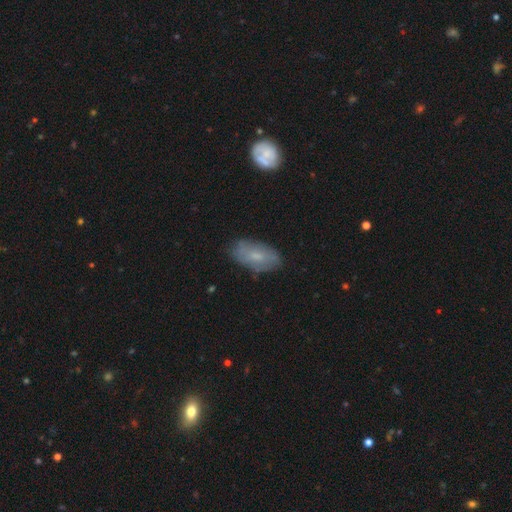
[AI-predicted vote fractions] smooth-or-featured: smooth: 60% | featured or disk: 33% | star or artifact: 8%
  how-rounded: in between: 92% | cigar-shaped: 5% | round: 3%
  merging: none: 75% | minor disturbance: 19% | major disturbance: 5% | merger: 2%